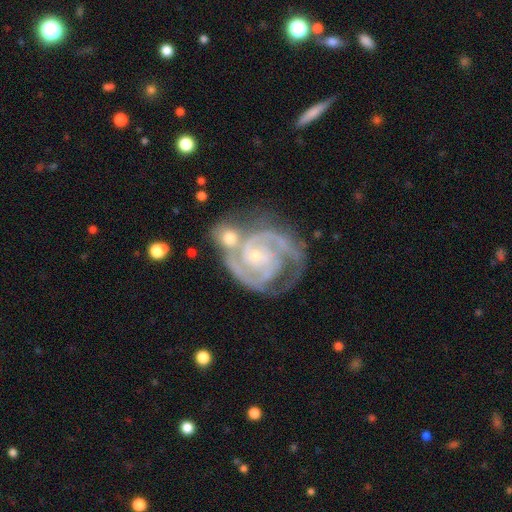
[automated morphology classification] Q: Smooth or featured?
A: featured or disk (90%); runner-up: smooth (5%)
Q: Edge-on disk?
A: no (98%); runner-up: yes (2%)
Q: Bar?
A: no (65%); runner-up: weak (27%)
Q: Spiral arms?
A: yes (97%); runner-up: no (3%)
Q: Spiral winding?
A: tight (62%); runner-up: medium (32%)
Q: Spiral arm count?
A: 2 (51%); runner-up: 3 (22%)
Q: Bulge size?
A: small (82%); runner-up: moderate (13%)
Q: Merging?
A: none (41%); runner-up: merger (28%)